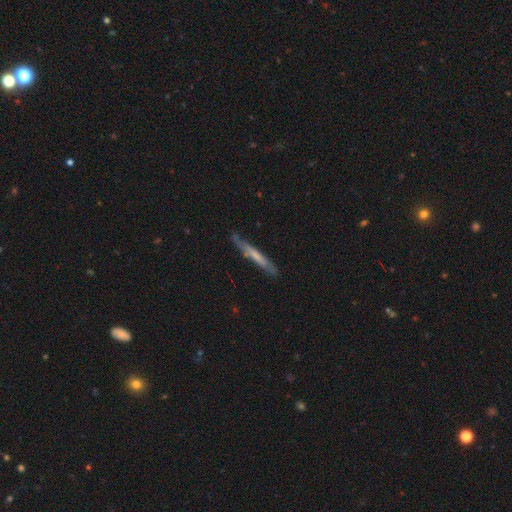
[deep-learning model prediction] This is possibly a smooth galaxy (48%). Merging: likely none (77%).